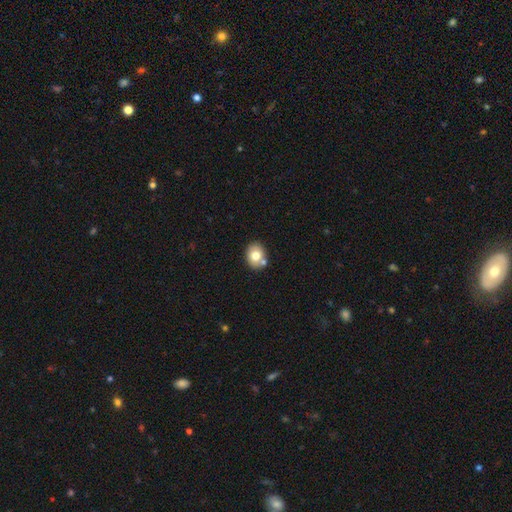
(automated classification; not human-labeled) Q: Smooth or featured?
A: smooth (74%); runner-up: featured or disk (16%)
Q: How rounded?
A: in between (50%); runner-up: round (49%)
Q: Merging?
A: none (69%); runner-up: merger (16%)